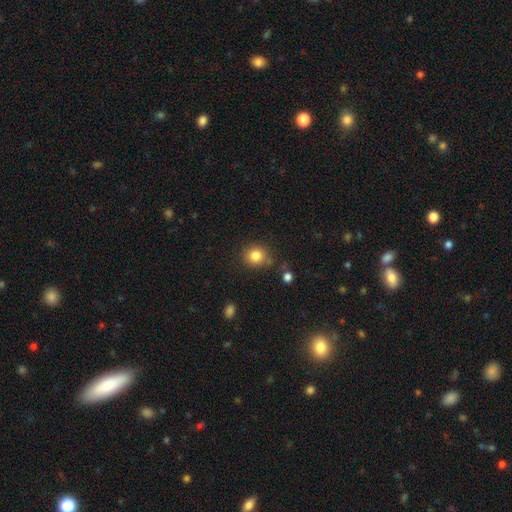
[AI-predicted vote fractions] Overall: smooth (83%). How rounded: round (85%). Merging: none (78%).